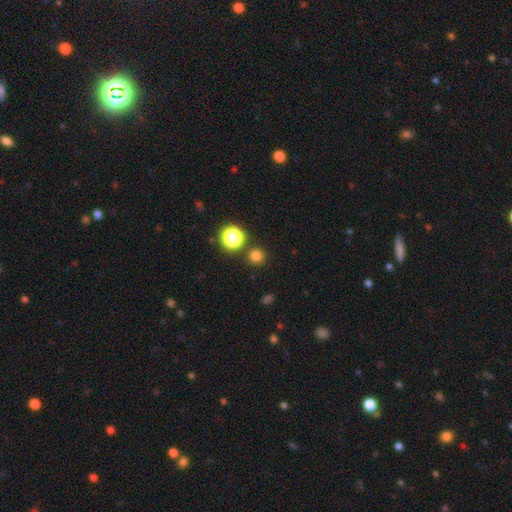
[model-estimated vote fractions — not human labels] Overall: smooth (76%). How rounded: round (94%). Merging: none (87%).